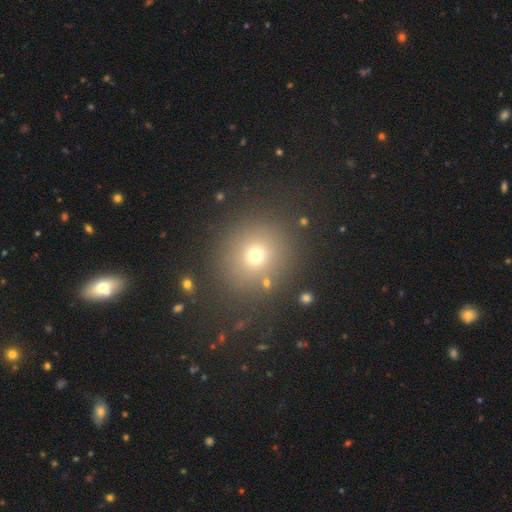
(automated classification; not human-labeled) This is likely a smooth galaxy (68%). How rounded: clearly round (89%). Merging: clearly none (84%).